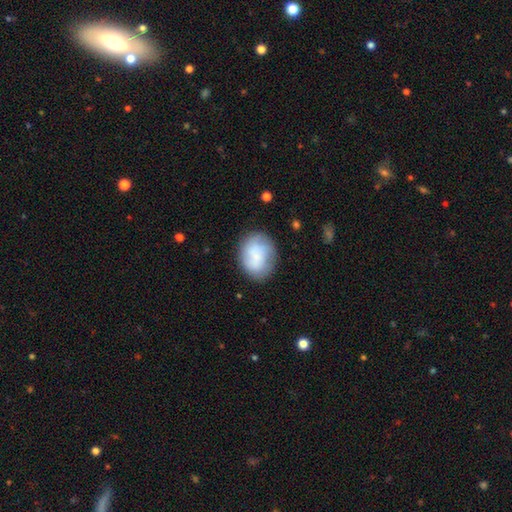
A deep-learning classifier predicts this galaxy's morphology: Q: Smooth or featured?
A: smooth (67%); runner-up: featured or disk (25%)
Q: How rounded?
A: in between (56%); runner-up: round (43%)
Q: Merging?
A: none (69%); runner-up: minor disturbance (20%)